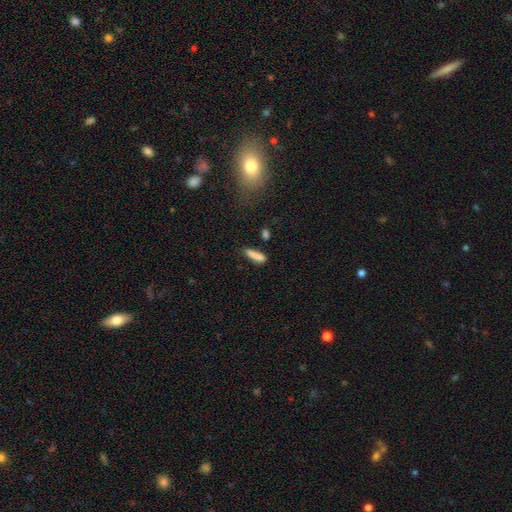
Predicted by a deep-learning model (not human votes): This is clearly a smooth galaxy (84%). How rounded: likely cigar-shaped (77%). Merging: likely none (70%).